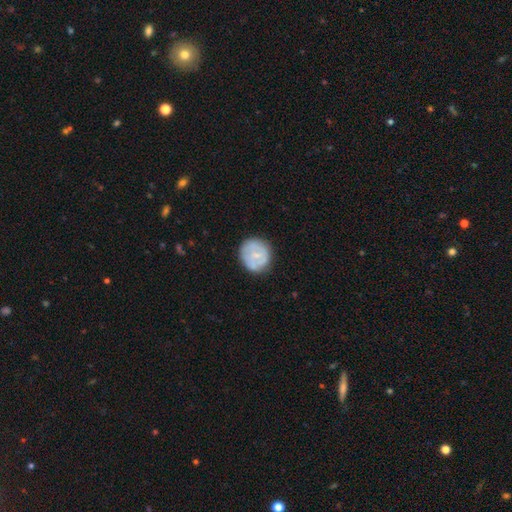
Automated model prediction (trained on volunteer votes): Smooth or featured: smooth — 54% (featured or disk — 40%)
How rounded: round — 86% (in between — 13%)
Merging: none — 74% (minor disturbance — 18%)